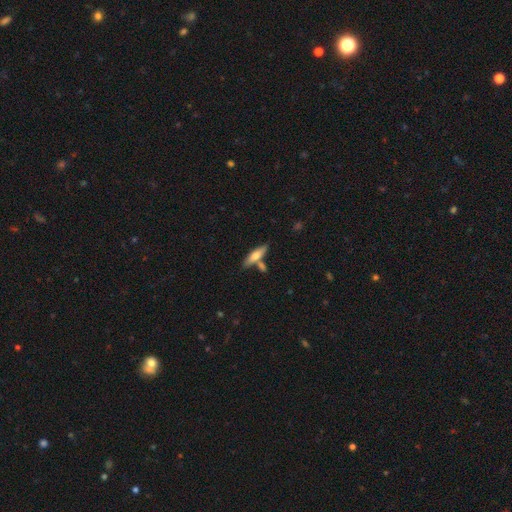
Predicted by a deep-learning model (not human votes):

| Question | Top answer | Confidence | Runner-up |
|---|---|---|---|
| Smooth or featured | smooth | 60% | featured or disk (34%) |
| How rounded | cigar-shaped | 67% | in between (30%) |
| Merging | none | 68% | merger (17%) |